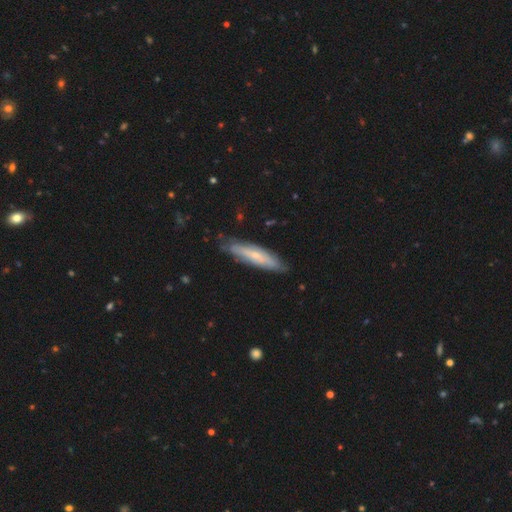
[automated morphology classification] smooth-or-featured: featured or disk: 50% | smooth: 44% | star or artifact: 6%
  disk-edge-on: yes: 59% | no: 41%
  merging: none: 77% | minor disturbance: 18% | major disturbance: 3% | merger: 2%